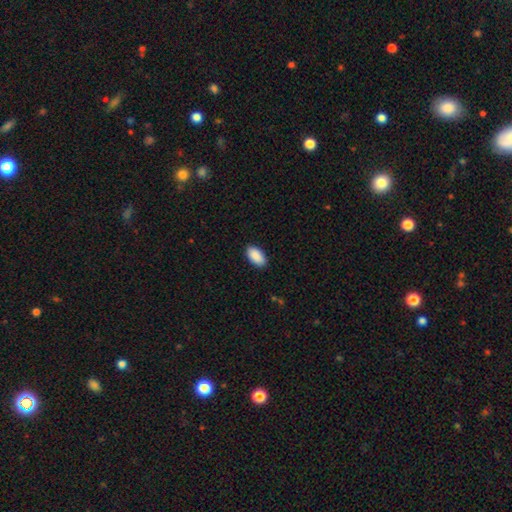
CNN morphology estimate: This is clearly a smooth galaxy (91%). How rounded: clearly in between (95%). Merging: clearly none (89%).